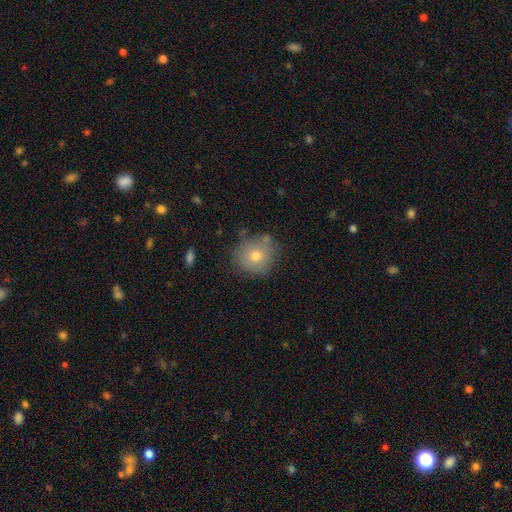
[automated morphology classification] Smooth or featured?
  - smooth: 73% *
  - featured or disk: 17%
  - star or artifact: 10%
How rounded?
  - round: 84% *
  - in between: 15%
  - cigar-shaped: 1%
Merging?
  - none: 74% *
  - minor disturbance: 18%
  - major disturbance: 5%
  - merger: 4%